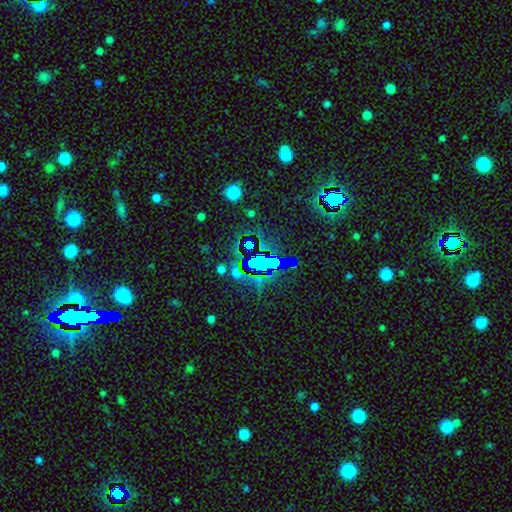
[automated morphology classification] smooth_or_featured: star or artifact (p=0.80) [alt: smooth p=0.11]